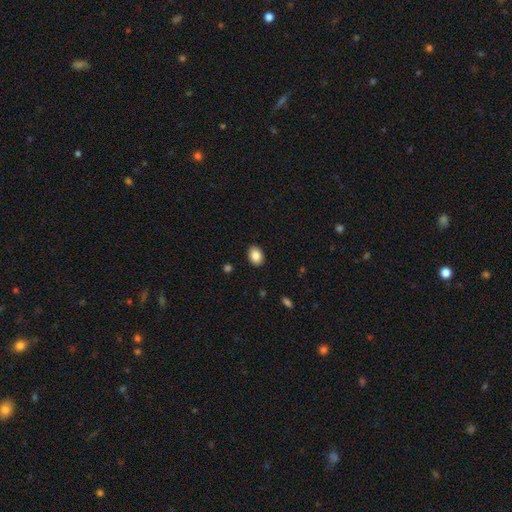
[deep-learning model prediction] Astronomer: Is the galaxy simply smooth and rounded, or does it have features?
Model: smooth — 86%.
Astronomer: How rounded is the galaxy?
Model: in between — 68%.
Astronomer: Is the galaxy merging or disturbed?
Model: none — 90%.